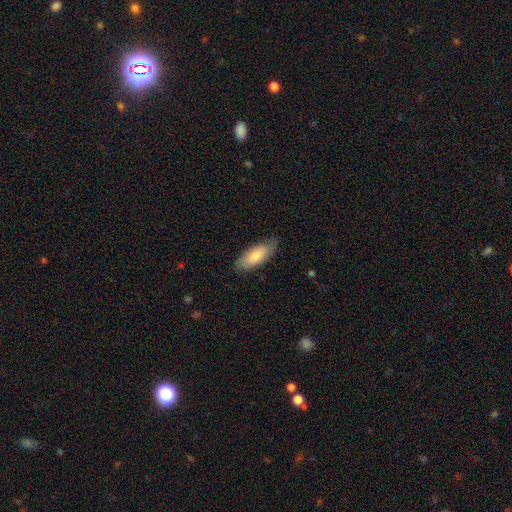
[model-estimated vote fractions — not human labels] Overall: smooth (80%). How rounded: in between (75%). Merging: none (79%).